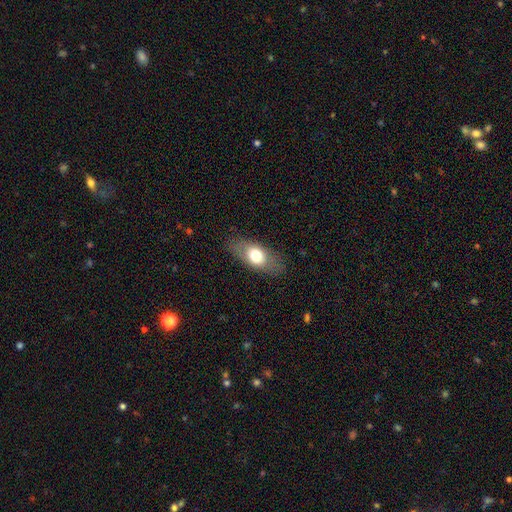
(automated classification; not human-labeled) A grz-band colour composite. It shows a smooth galaxy with no disk features (67%) that is in between round and cigar-shaped (82%). Merging: none (81%).